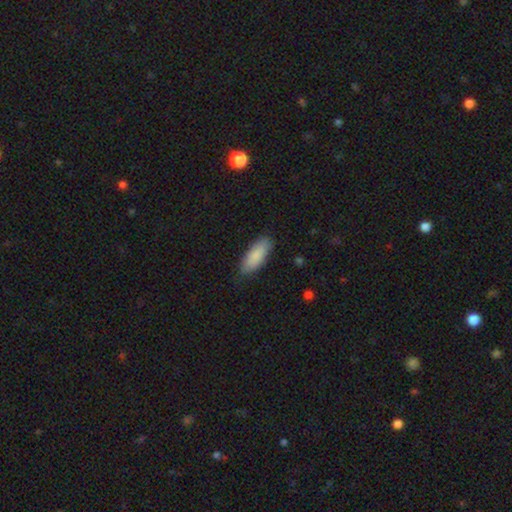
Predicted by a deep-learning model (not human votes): smooth_or_featured: smooth (p=0.86) [alt: featured or disk p=0.08]
how_rounded: in between (p=0.74) [alt: cigar-shaped p=0.24]
merging: none (p=0.81) [alt: minor disturbance p=0.15]